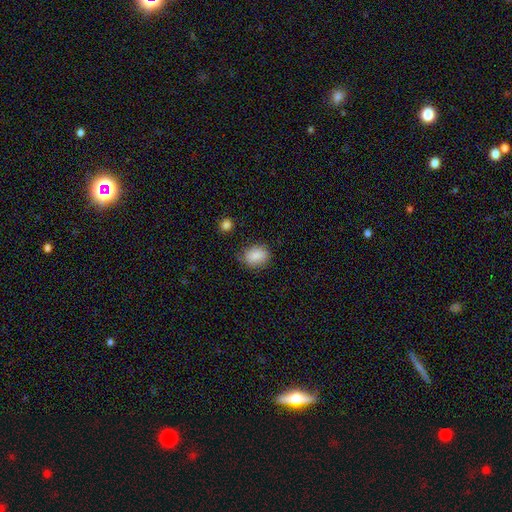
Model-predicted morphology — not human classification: type=smooth (87%); roundness=in between (55%); merging=none (79%).